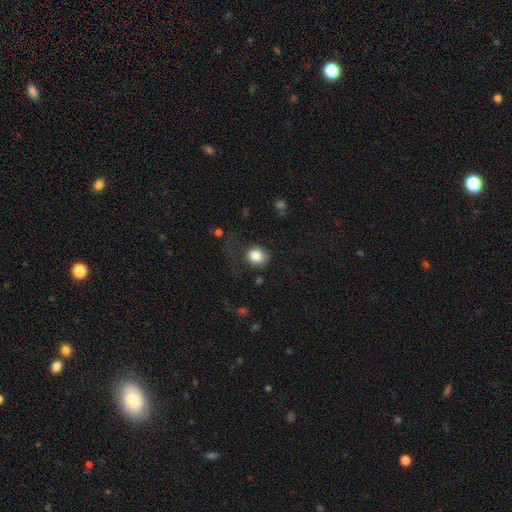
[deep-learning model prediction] This appears to be a smooth galaxy with no disk features (84%) that is round (78%). Merging: none (69%).